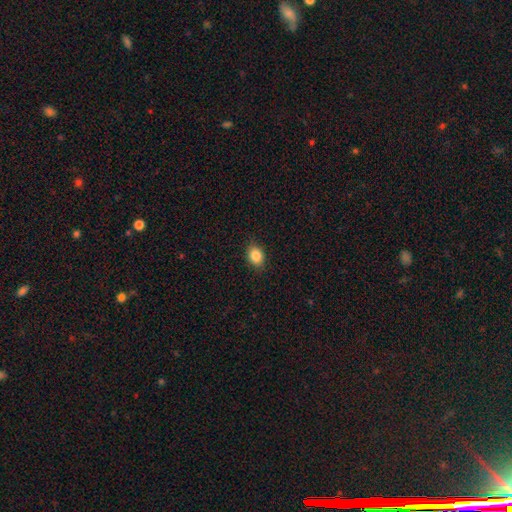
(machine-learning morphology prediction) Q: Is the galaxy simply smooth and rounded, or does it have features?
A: smooth — 85%.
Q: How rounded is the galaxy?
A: in between — 63%.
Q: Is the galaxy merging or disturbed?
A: none — 87%.